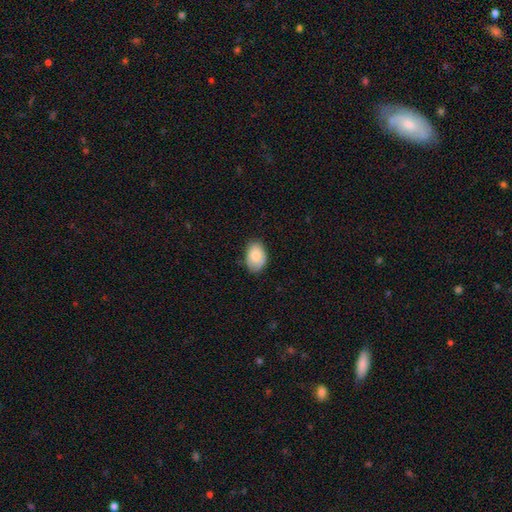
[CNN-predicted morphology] Smooth or featured?
  - smooth: 82% *
  - featured or disk: 12%
  - star or artifact: 7%
How rounded?
  - in between: 84% *
  - round: 15%
  - cigar-shaped: 1%
Merging?
  - none: 74% *
  - minor disturbance: 21%
  - major disturbance: 3%
  - merger: 1%